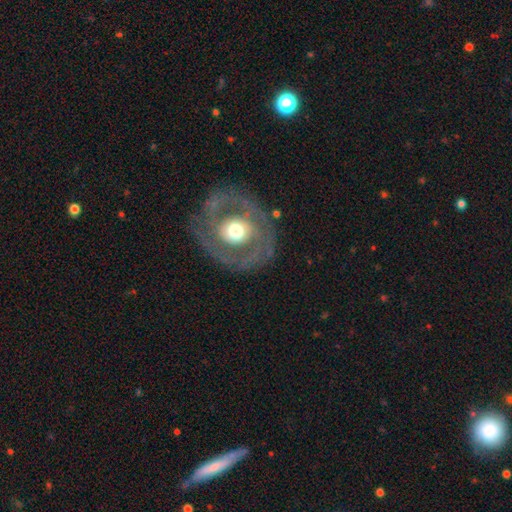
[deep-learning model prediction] smooth_or_featured: featured or disk (p=0.68) [alt: smooth p=0.25]
disk_edge_on: no (p=0.94) [alt: yes p=0.06]
bar: no (p=0.69) [alt: weak p=0.21]
has_spiral_arms: no (p=0.60) [alt: yes p=0.40]
bulge_size: moderate (p=0.63) [alt: large p=0.25]
merging: none (p=0.77) [alt: minor disturbance p=0.13]